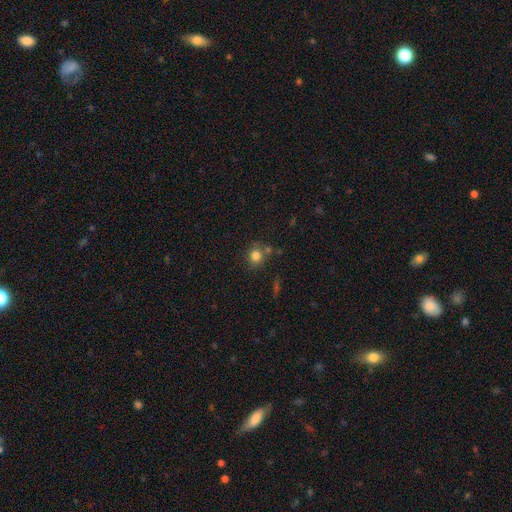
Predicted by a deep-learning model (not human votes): A smooth galaxy with no disk features (80%) that is round (84%).

Vote fractions:
- Smooth or featured? smooth: 80% / star or artifact: 12% / featured or disk: 7%
- How rounded? round: 84% / in between: 15% / cigar-shaped: 1%
- Merging? none: 71% / minor disturbance: 14% / merger: 12% / major disturbance: 4%